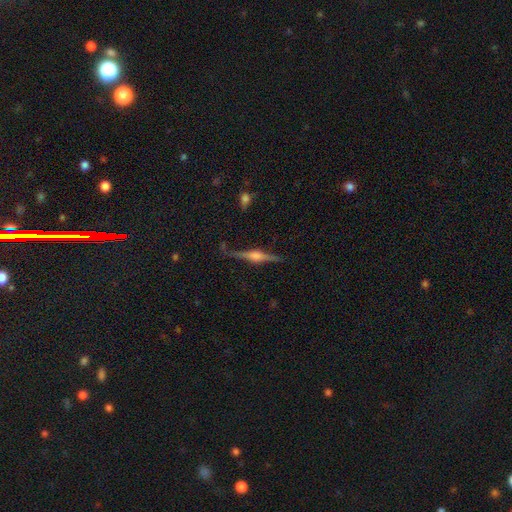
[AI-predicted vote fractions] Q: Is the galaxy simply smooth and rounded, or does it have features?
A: featured or disk — 85%.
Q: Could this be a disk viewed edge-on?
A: yes — 98%.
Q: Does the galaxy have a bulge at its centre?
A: rounded — 85%.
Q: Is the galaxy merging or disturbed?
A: none — 86%.